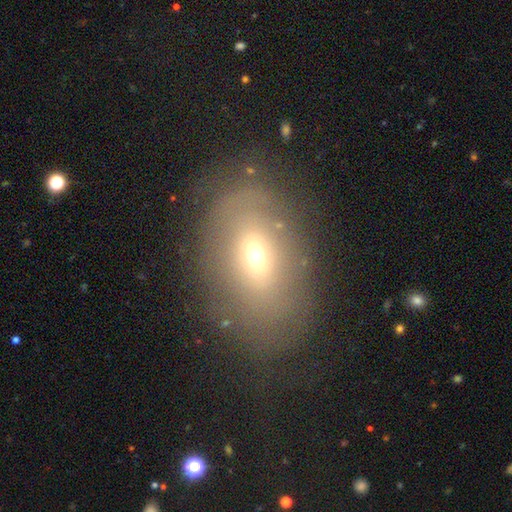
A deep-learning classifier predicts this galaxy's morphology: Q: Smooth or featured?
A: smooth (52%); runner-up: featured or disk (35%)
Q: How rounded?
A: in between (81%); runner-up: round (17%)
Q: Merging?
A: none (72%); runner-up: minor disturbance (17%)